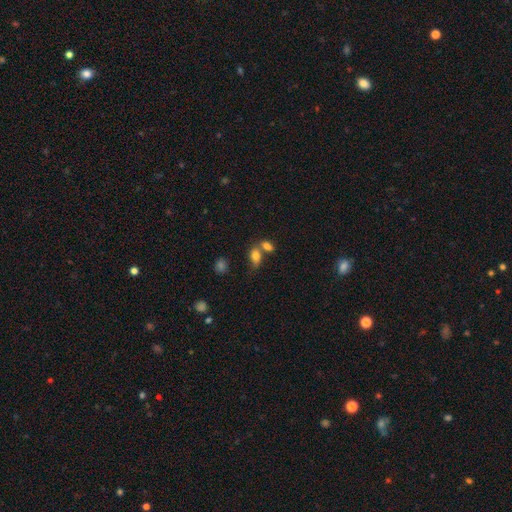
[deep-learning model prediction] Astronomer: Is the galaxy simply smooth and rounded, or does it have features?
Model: smooth — 79%.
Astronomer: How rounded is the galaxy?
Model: in between — 83%.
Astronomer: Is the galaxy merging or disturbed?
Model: merger — 48% (runner-up: none, 35%).